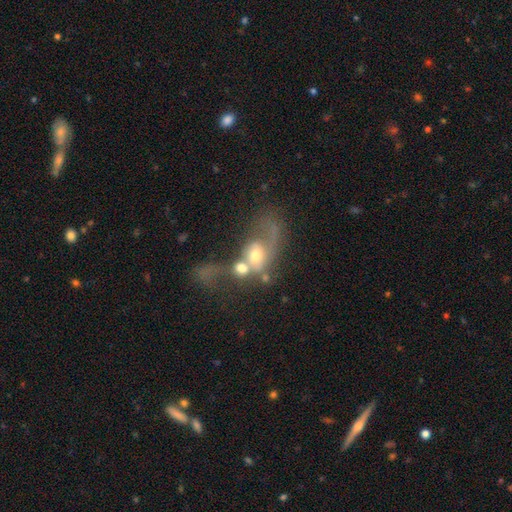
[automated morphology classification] Q: Smooth or featured?
A: featured or disk (51%); runner-up: smooth (37%)
Q: Edge-on disk?
A: no (94%); runner-up: yes (6%)
Q: Merging?
A: merger (65%); runner-up: major disturbance (19%)